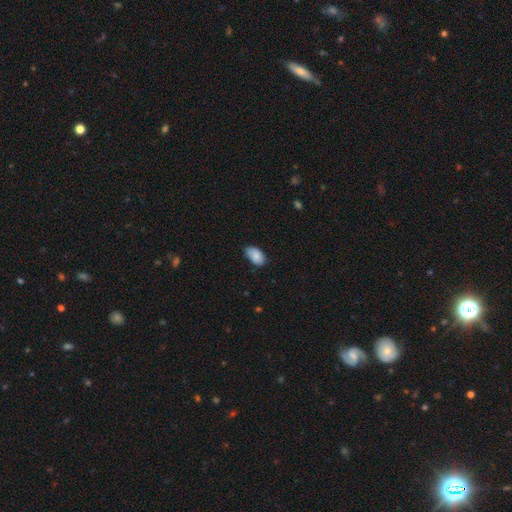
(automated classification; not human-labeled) Overall: smooth (83%). How rounded: in between (93%). Merging: none (67%; minor disturbance 28%).